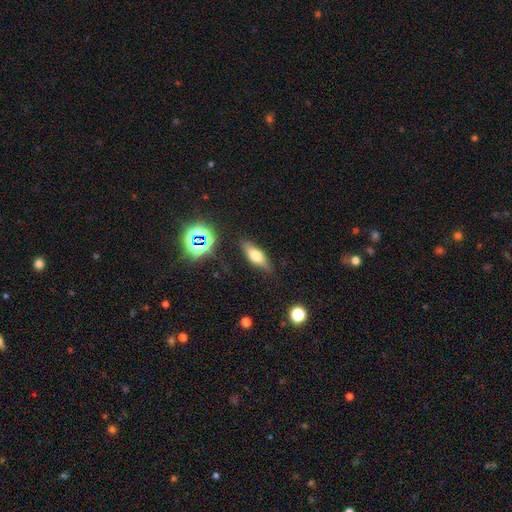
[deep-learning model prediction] A smooth galaxy with no disk features (60%) that is in between round and cigar-shaped (61%). Merging: none (83%).